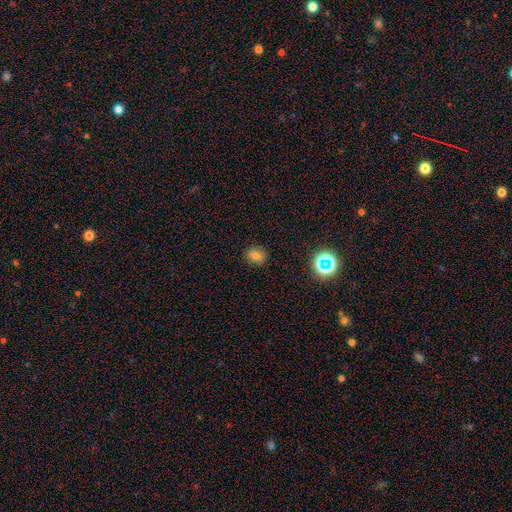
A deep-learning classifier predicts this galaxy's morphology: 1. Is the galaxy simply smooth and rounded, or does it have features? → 74% smooth, 17% star or artifact, 9% featured or disk.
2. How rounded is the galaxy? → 66% round, 33% in between, 1% cigar-shaped.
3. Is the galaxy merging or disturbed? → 87% none, 10% minor disturbance, 2% major disturbance, 1% merger.